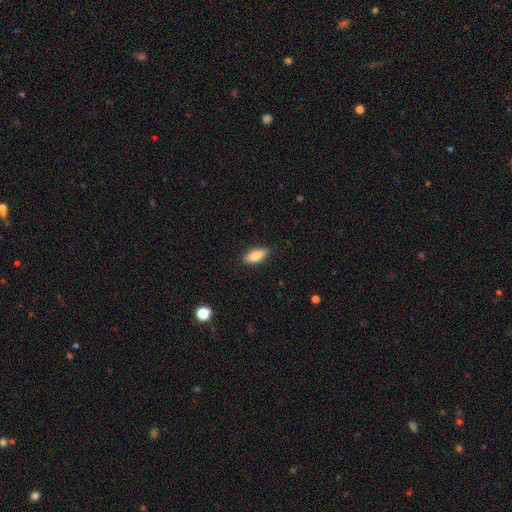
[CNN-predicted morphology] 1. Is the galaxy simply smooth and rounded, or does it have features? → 82% smooth, 12% featured or disk, 7% star or artifact.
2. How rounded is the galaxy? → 79% in between, 19% cigar-shaped, 3% round.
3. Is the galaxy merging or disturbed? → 85% none, 11% minor disturbance, 2% major disturbance, 1% merger.